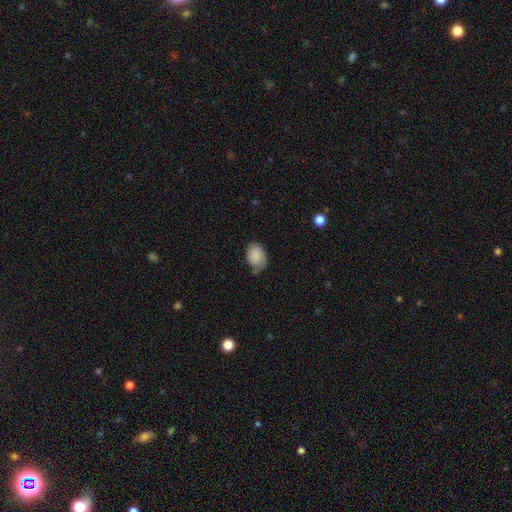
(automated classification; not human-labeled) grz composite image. It shows a smooth galaxy with no disk features (83%) that is in between round and cigar-shaped (75%). Merging: none (50%).